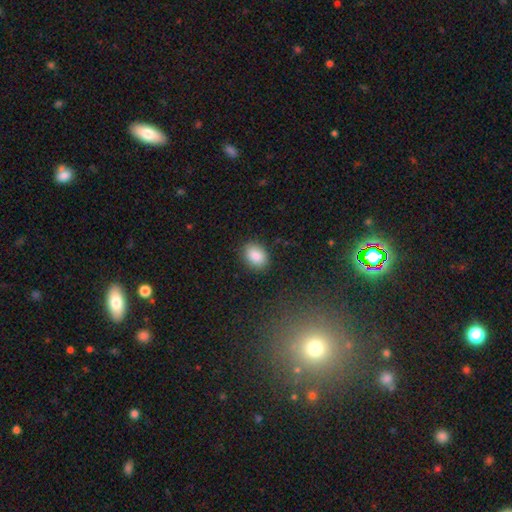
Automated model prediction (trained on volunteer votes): Smooth or featured? Predicted: smooth (p=0.87). How rounded? Predicted: in between (p=0.75). Merging? Predicted: none (p=0.87).